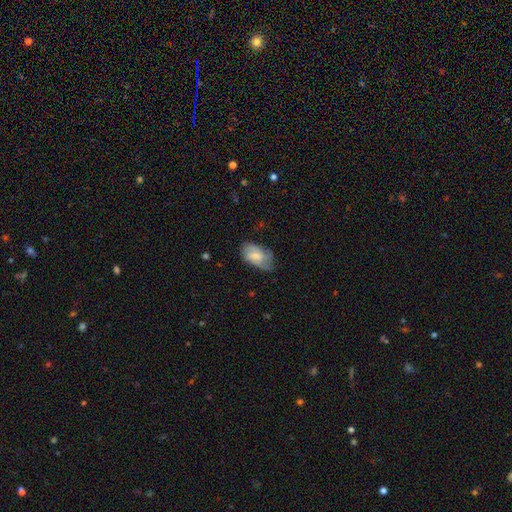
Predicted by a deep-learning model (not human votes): Smooth or featured: featured or disk — 48% (smooth — 45%)
Merging: none — 60% (minor disturbance — 30%)